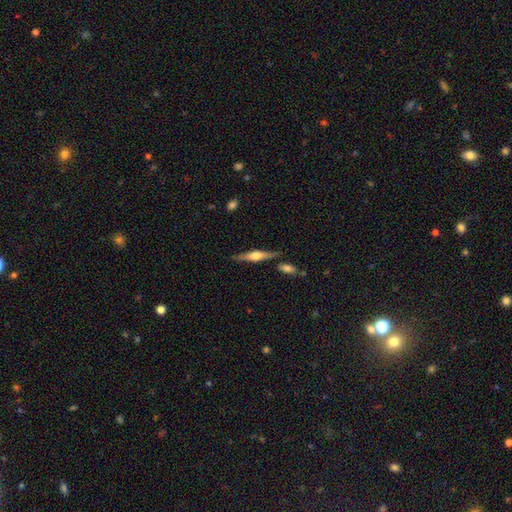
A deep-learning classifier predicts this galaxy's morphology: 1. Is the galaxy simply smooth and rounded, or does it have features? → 71% featured or disk, 23% smooth, 6% star or artifact.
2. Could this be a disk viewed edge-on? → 97% yes, 3% no.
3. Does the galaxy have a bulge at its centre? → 90% rounded, 7% boxy, 3% none.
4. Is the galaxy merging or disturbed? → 81% none, 10% minor disturbance, 6% merger, 2% major disturbance.